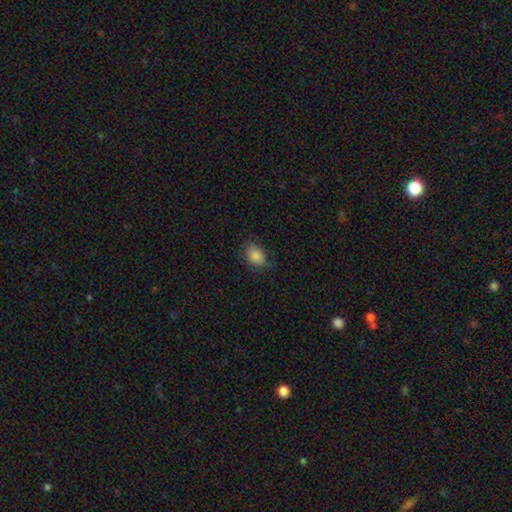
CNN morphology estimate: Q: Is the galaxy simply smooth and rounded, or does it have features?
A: smooth — 85%.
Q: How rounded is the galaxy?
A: in between — 64%.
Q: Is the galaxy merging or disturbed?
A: none — 69%.